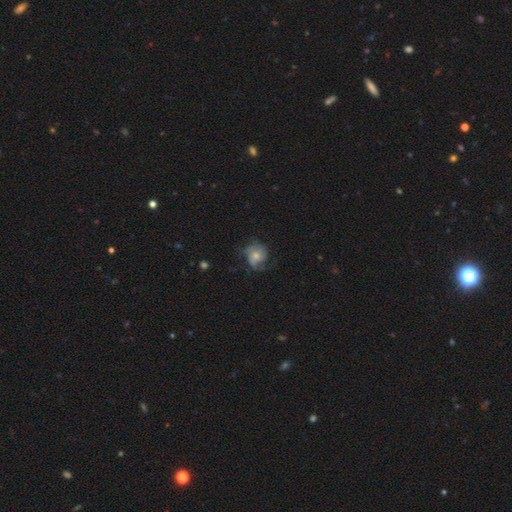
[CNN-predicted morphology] This appears to be a featured or disk galaxy (51%) with no bar (79%), spiral arms (80%) and a moderate central bulge (50%). Merging: none (50%).